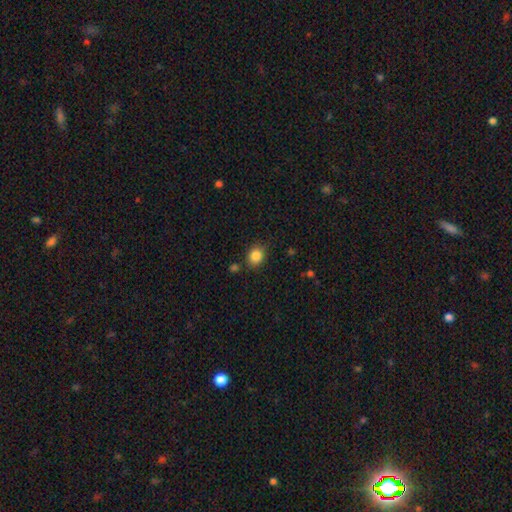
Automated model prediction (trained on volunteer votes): smooth_or_featured: smooth (p=0.85) [alt: star or artifact p=0.10]
how_rounded: round (p=0.65) [alt: in between p=0.34]
merging: none (p=0.80) [alt: minor disturbance p=0.12]